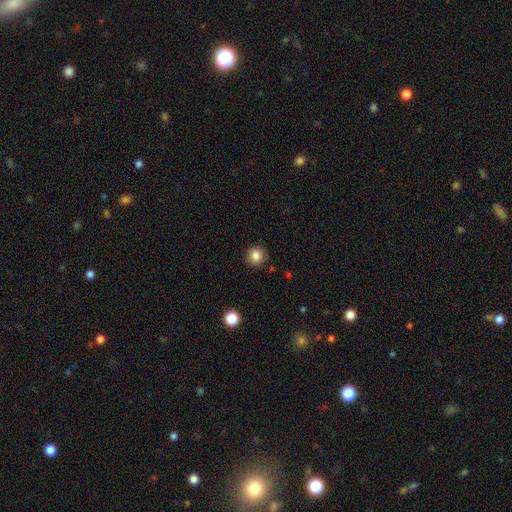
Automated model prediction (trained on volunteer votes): Smooth or featured? smooth (84%)
How rounded? round (92%)
Merging? none (89%)